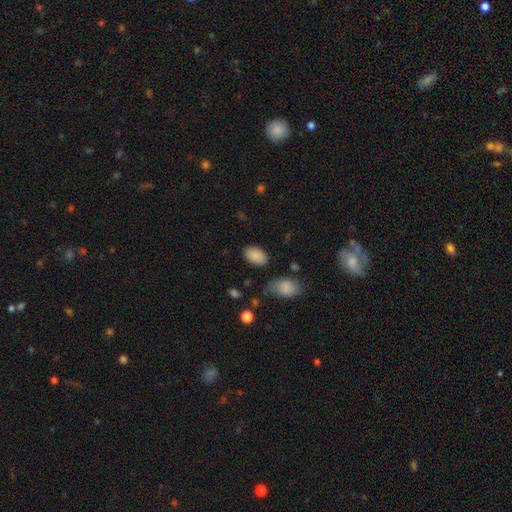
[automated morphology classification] Smooth or featured? smooth (88%)
How rounded? in between (91%)
Merging? none (80%)